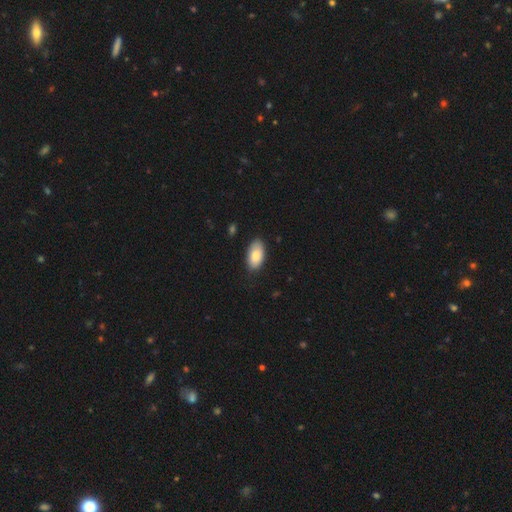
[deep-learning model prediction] The model was most divided on "merging": none: 82%, minor disturbance: 15%, major disturbance: 2%, merger: 1%. More confident: how rounded — in between (95%); smooth or featured — smooth (83%).